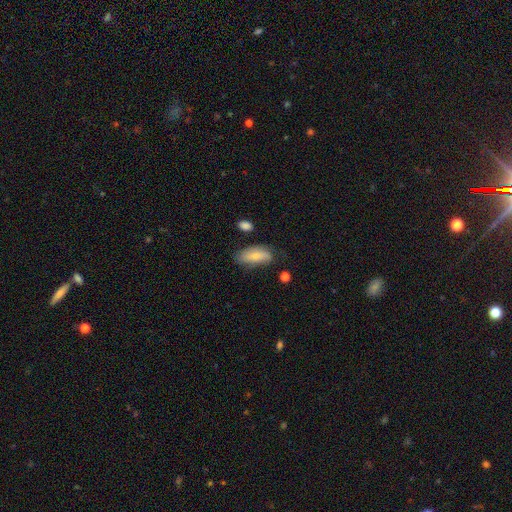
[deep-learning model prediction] Smooth or featured: smooth — 72% (featured or disk — 22%)
How rounded: in between — 84% (cigar-shaped — 14%)
Merging: none — 62% (minor disturbance — 27%)